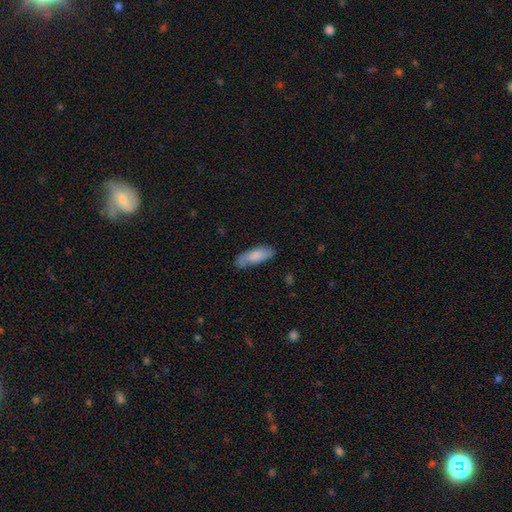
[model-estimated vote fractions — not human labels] This is likely a smooth galaxy (76%). How rounded: likely in between (63%). Merging: likely none (69%).